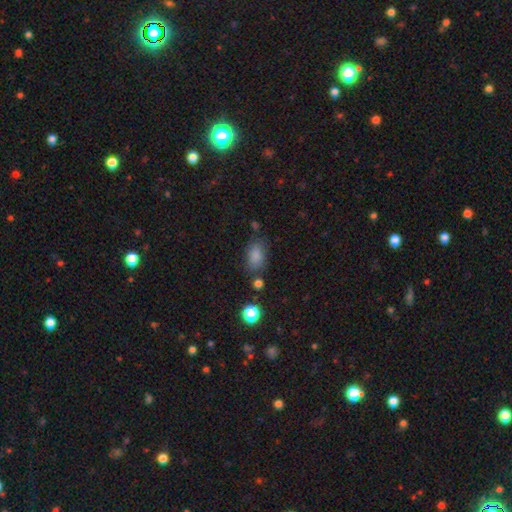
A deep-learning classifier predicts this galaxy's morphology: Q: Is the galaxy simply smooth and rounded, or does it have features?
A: smooth — 83%.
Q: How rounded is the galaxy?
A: in between — 86%.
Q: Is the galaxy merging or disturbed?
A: none — 70%.